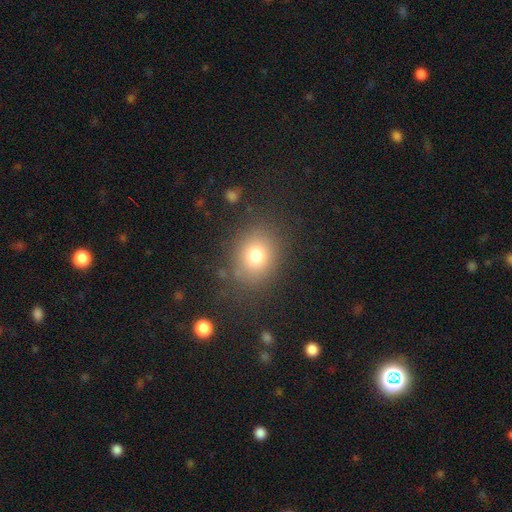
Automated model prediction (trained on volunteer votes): A smooth galaxy with no disk features (76%) that is round (61%).

Vote fractions:
- Smooth or featured? smooth: 76% / star or artifact: 14% / featured or disk: 10%
- How rounded? round: 61% / in between: 38% / cigar-shaped: 1%
- Merging? none: 80% / minor disturbance: 12% / major disturbance: 6% / merger: 2%